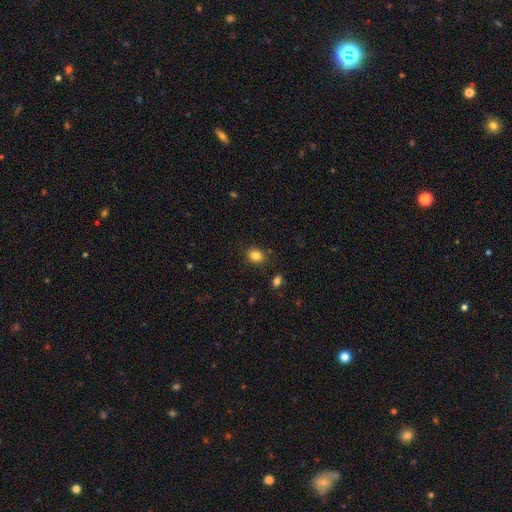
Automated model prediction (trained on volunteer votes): Morphology: type=smooth (84%); roundness=round (55%); merging=none (84%).